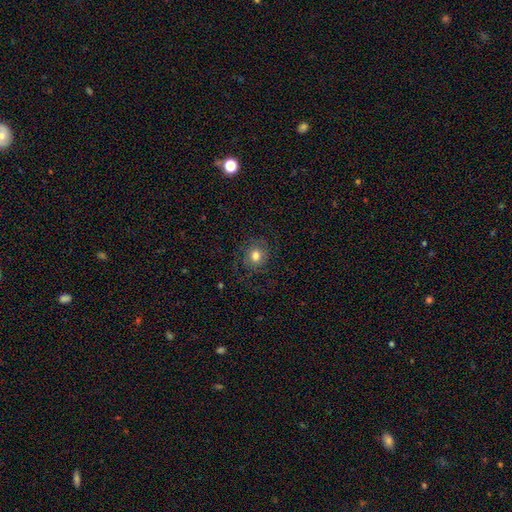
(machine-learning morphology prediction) Smooth or featured: smooth — 55% (featured or disk — 34%)
How rounded: round — 80% (in between — 19%)
Merging: none — 72% (minor disturbance — 14%)